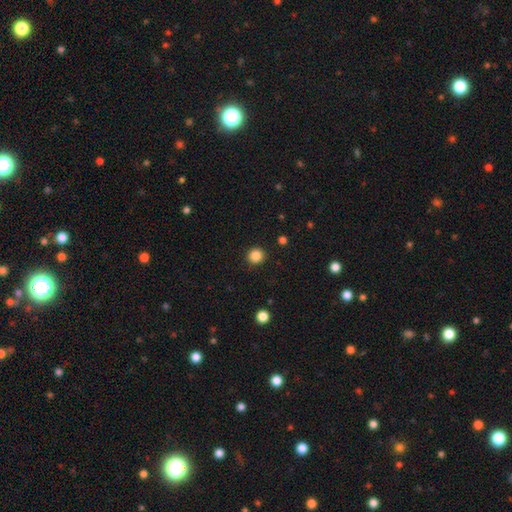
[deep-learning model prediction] Smooth or featured? Predicted: smooth (p=0.86). How rounded? Predicted: round (p=0.94). Merging? Predicted: none (p=0.92).